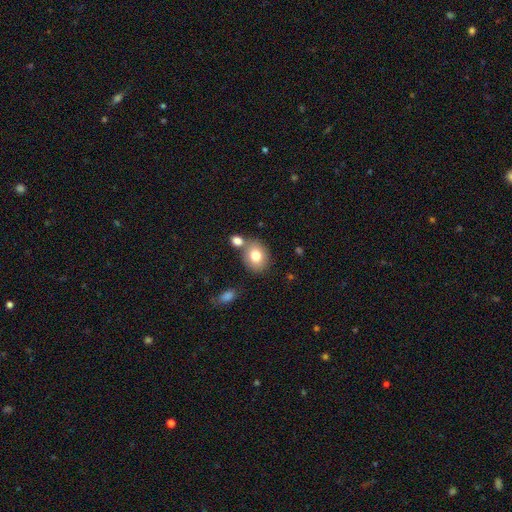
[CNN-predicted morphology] The model was most divided on "how rounded": round: 55%, in between: 44%, cigar-shaped: 1%. More confident: smooth or featured — smooth (79%); merging — none (64%).